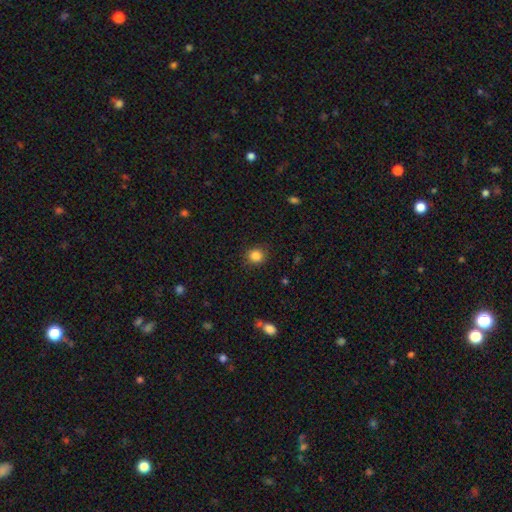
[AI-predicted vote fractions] A smooth galaxy with no disk features (85%) that is round (89%). Merging: none (87%).